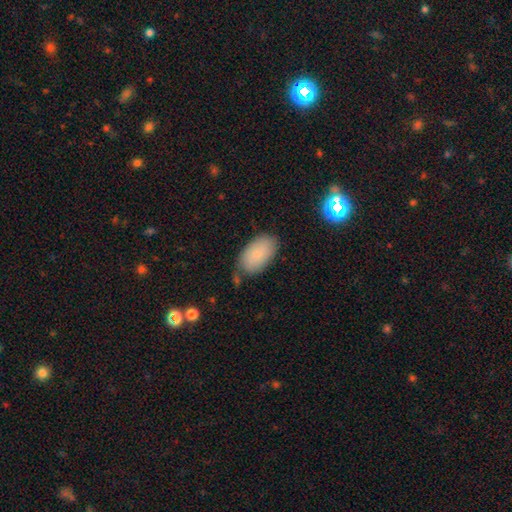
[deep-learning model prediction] This appears to be a smooth galaxy with no disk features (84%) that is in between round and cigar-shaped (95%). Merging: none (71%).